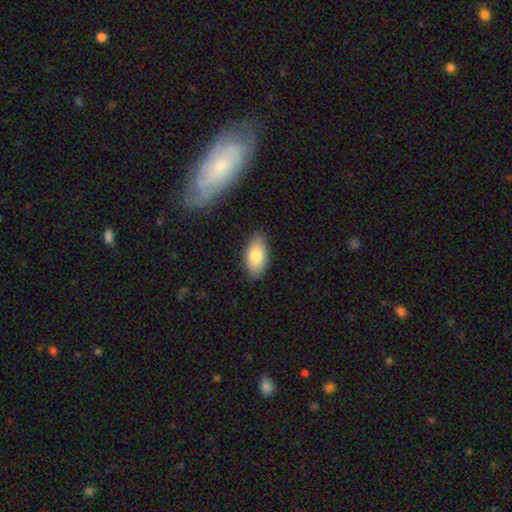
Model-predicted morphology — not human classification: type=smooth (82%); roundness=in between (94%); merging=none (85%).